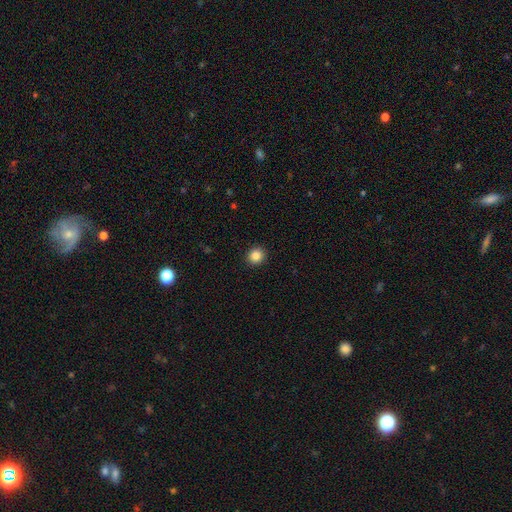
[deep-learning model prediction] Smooth or featured? smooth (86%)
How rounded? round (89%)
Merging? none (93%)